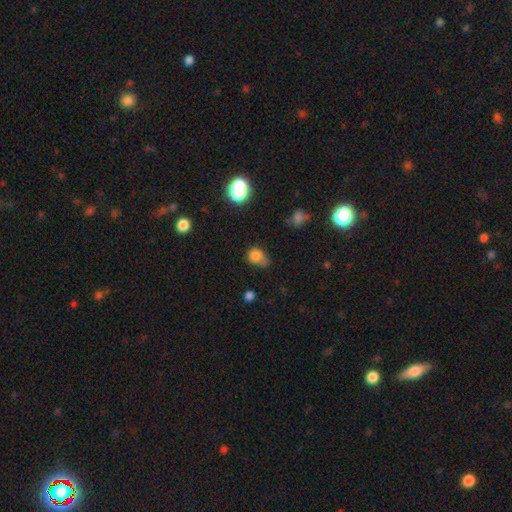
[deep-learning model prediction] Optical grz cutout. It shows a smooth galaxy with no disk features (79%) that is round (56%). Merging: none (42%).